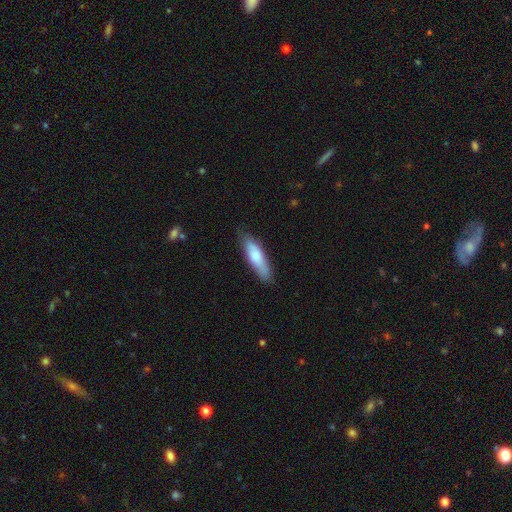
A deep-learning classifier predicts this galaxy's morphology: The model was most divided on "how rounded": cigar-shaped: 64%, in between: 35%, round: 2%. More confident: merging — none (79%); smooth or featured — smooth (75%).